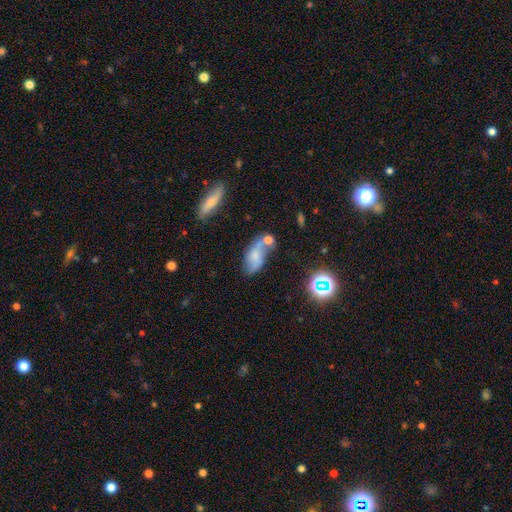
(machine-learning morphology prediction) smooth 51%, featured or disk 36%, star or artifact 13%. Down the decision tree: how rounded — in between (85%); merging — none (38%).